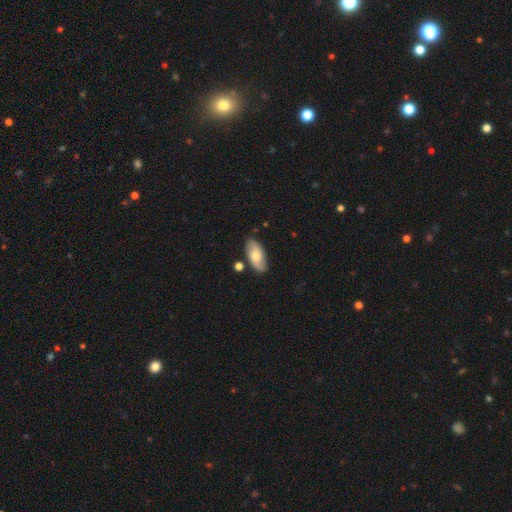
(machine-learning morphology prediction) type=smooth (57%); roundness=in between (91%); merging=none (81%).